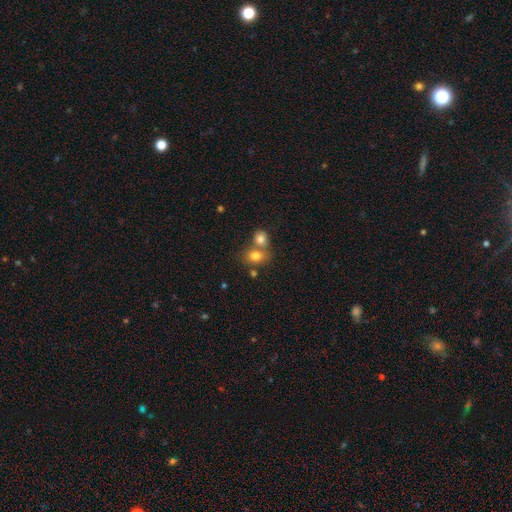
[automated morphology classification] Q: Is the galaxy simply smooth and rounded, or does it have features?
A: smooth — 79%.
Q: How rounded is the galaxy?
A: in between — 52%.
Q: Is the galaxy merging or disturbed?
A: merger — 47%.